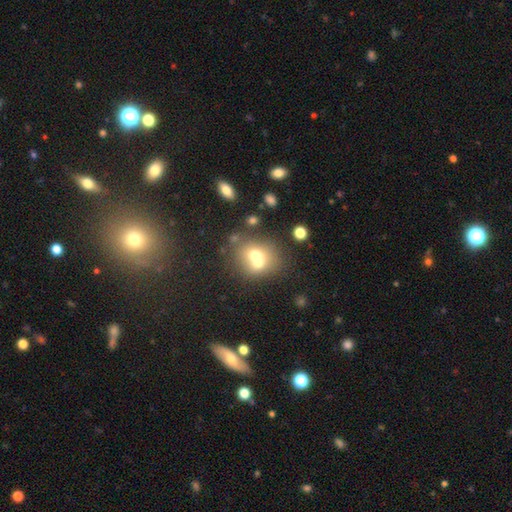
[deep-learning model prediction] smooth_or_featured: smooth (p=0.63) [alt: featured or disk p=0.24]
how_rounded: round (p=0.67) [alt: in between p=0.32]
merging: merger (p=0.55) [alt: none p=0.32]